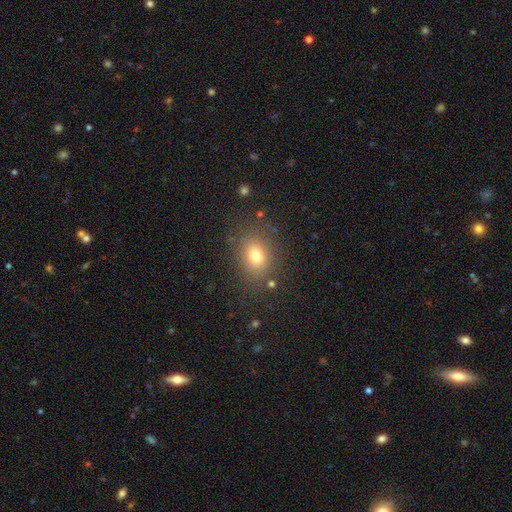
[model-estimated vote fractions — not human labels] smooth 74%, star or artifact 15%, featured or disk 11%. Down the decision tree: how rounded — in between (57%); merging — none (82%).